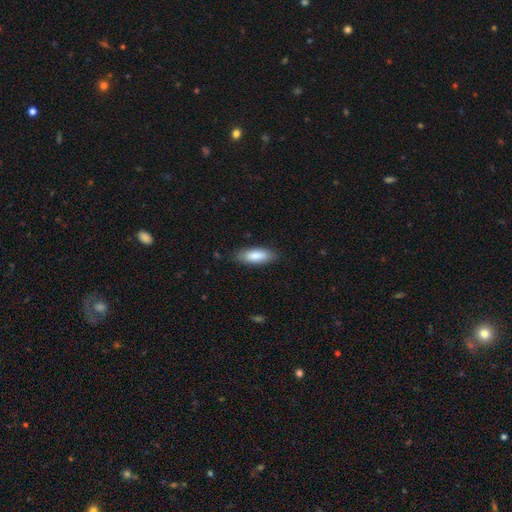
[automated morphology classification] This is clearly a smooth galaxy (84%). How rounded: likely in between (71%). Merging: clearly none (84%).